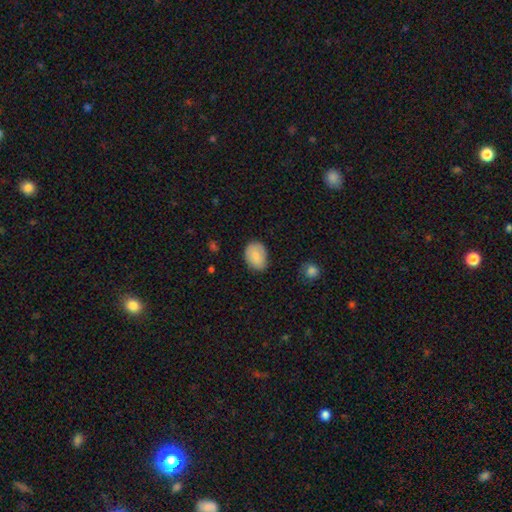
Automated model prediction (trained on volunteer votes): This appears to be a smooth galaxy with no disk features (83%) that is in between round and cigar-shaped (75%). Merging: none (77%).